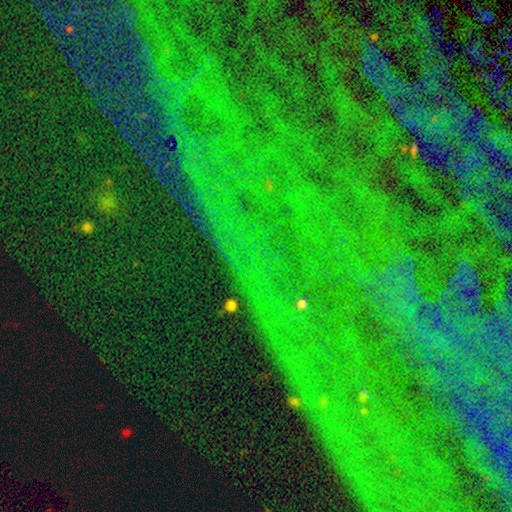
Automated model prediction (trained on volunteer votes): star or artifact 83%, featured or disk 9%, smooth 8%.